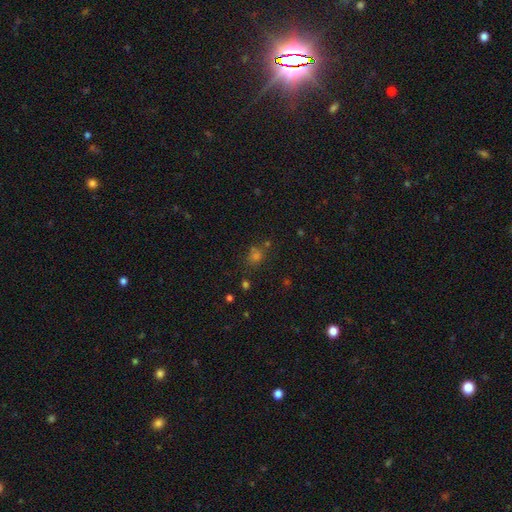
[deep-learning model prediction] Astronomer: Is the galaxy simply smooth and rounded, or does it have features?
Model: smooth — 57% (runner-up: star or artifact, 35%).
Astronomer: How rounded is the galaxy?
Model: round — 70%.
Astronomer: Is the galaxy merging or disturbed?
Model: none — 71%.